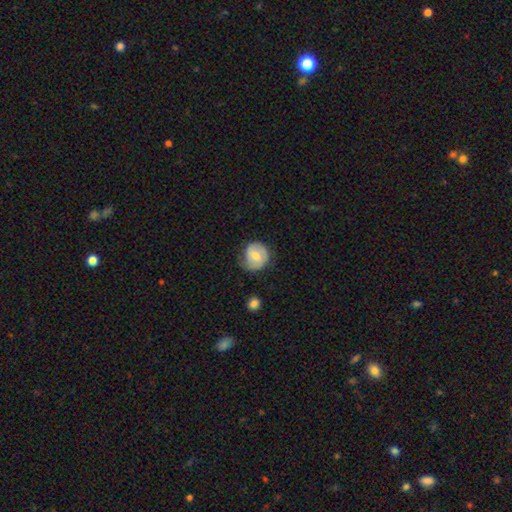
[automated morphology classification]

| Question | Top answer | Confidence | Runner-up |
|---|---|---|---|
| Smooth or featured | smooth | 55% | featured or disk (39%) |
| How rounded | round | 81% | in between (18%) |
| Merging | none | 63% | minor disturbance (27%) |